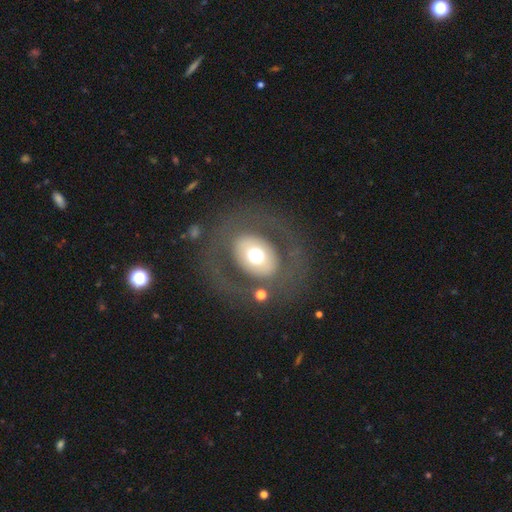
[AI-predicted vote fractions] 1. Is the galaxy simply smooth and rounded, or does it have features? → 48% smooth, 43% featured or disk, 9% star or artifact.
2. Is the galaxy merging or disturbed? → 78% none, 10% major disturbance, 10% minor disturbance, 2% merger.